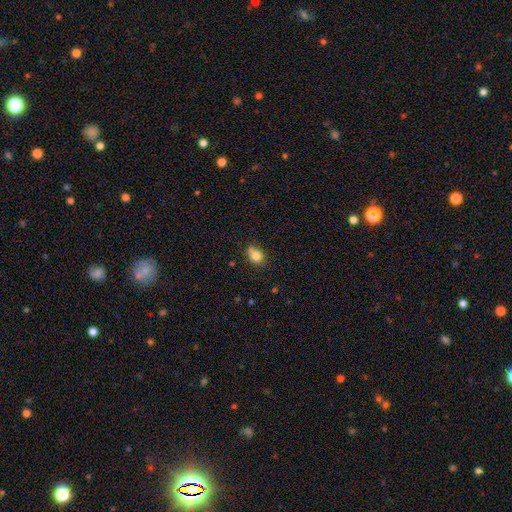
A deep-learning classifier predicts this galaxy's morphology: A smooth galaxy with no disk features (81%) that is in between round and cigar-shaped (50%).

Vote fractions:
- Smooth or featured? smooth: 81% / star or artifact: 11% / featured or disk: 9%
- How rounded? in between: 50% / round: 49% / cigar-shaped: 1%
- Merging? none: 59% / minor disturbance: 23% / merger: 12% / major disturbance: 6%